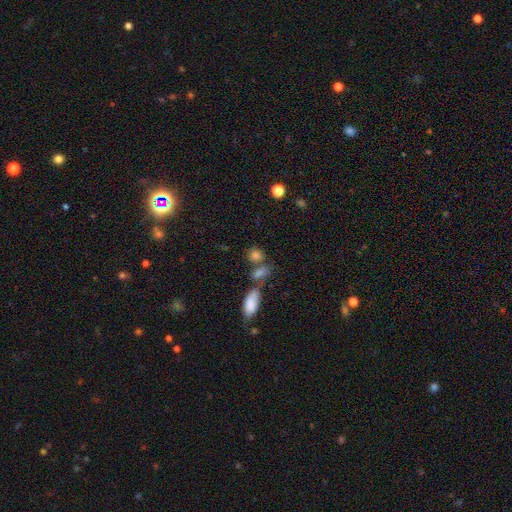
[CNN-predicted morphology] This appears to be a smooth galaxy with no disk features (78%) that is in between round and cigar-shaped (53%). Merging: none (51%).